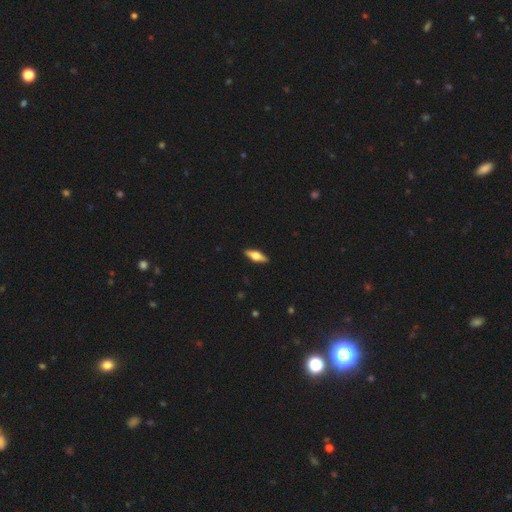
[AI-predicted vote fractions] This appears to be a smooth galaxy with no disk features (49%). Merging: none (90%).